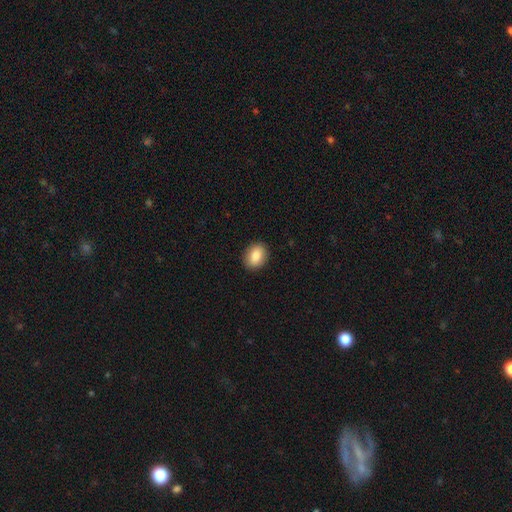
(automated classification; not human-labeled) Smooth or featured?
  - smooth: 86% *
  - star or artifact: 8%
  - featured or disk: 6%
How rounded?
  - in between: 62% *
  - round: 37%
  - cigar-shaped: 1%
Merging?
  - none: 90% *
  - minor disturbance: 7%
  - major disturbance: 2%
  - merger: 1%